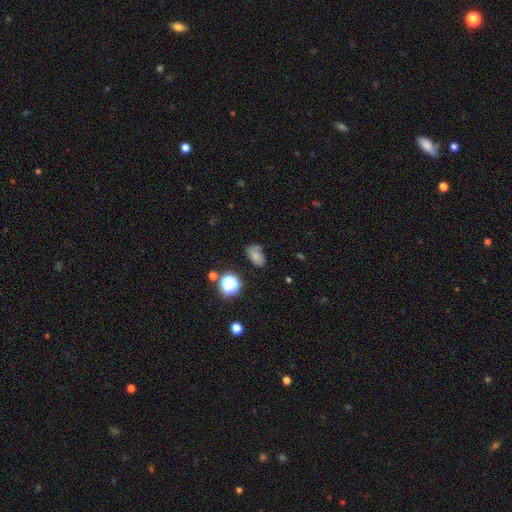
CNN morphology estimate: type=smooth (72%); roundness=in between (85%); merging=none (64%).